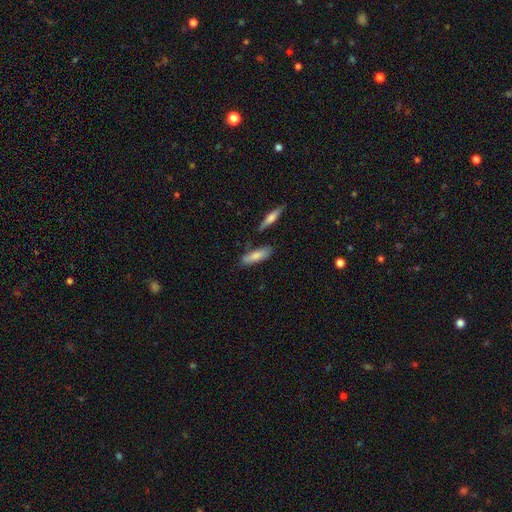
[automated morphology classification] Q: Smooth or featured?
A: smooth (75%); runner-up: featured or disk (19%)
Q: How rounded?
A: cigar-shaped (52%); runner-up: in between (46%)
Q: Merging?
A: none (73%); runner-up: minor disturbance (17%)